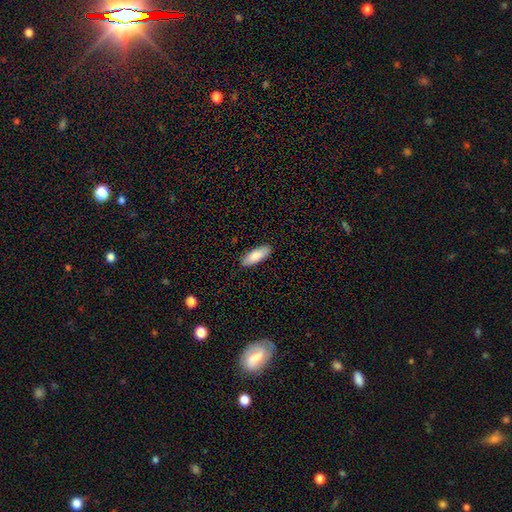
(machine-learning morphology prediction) Smooth or featured? smooth (84%)
How rounded? in between (65%)
Merging? none (89%)